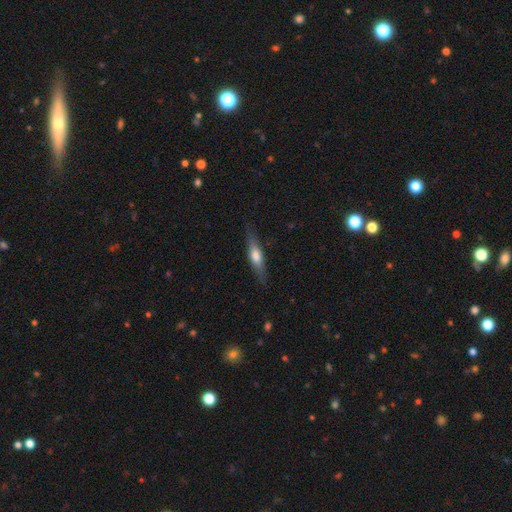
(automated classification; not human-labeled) The model was most divided on "smooth or featured": smooth: 53%, featured or disk: 41%, star or artifact: 6%. More confident: merging — none (83%); how rounded — cigar-shaped (73%).